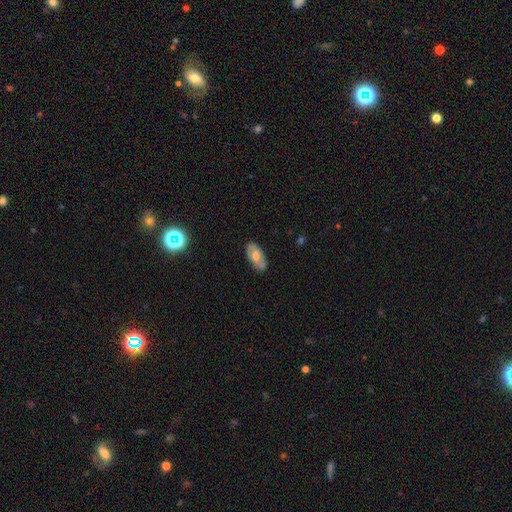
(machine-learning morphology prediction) Smooth or featured? Predicted: smooth (p=0.51). How rounded? Predicted: in between (p=0.92). Merging? Predicted: none (p=0.78).